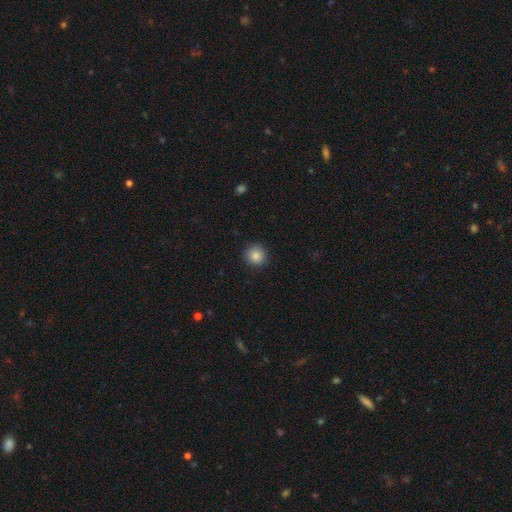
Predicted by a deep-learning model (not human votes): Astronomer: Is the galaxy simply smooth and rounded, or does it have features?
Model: smooth — 86%.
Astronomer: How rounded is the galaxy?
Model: round — 94%.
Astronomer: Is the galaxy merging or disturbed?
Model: none — 91%.